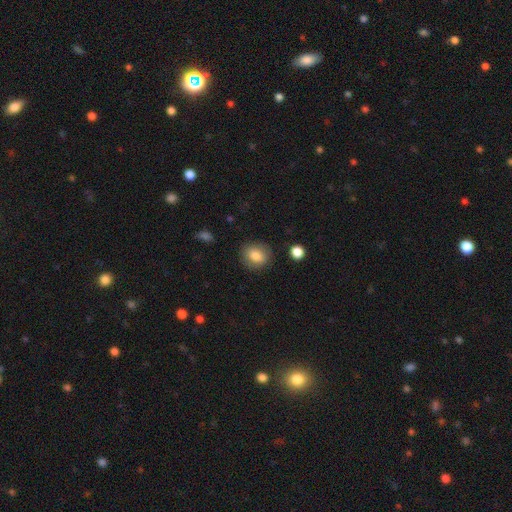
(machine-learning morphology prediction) Q: Smooth or featured?
A: smooth (82%); runner-up: featured or disk (9%)
Q: How rounded?
A: round (65%); runner-up: in between (34%)
Q: Merging?
A: none (86%); runner-up: minor disturbance (10%)